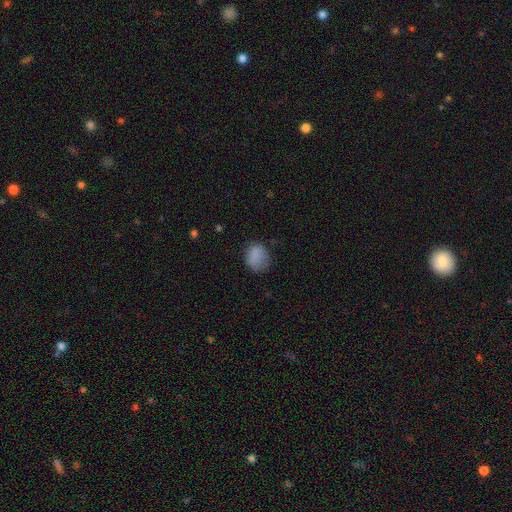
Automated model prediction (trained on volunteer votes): Overall: smooth (84%). How rounded: round (52%; in between 47%). Merging: none (63%; minor disturbance 26%).